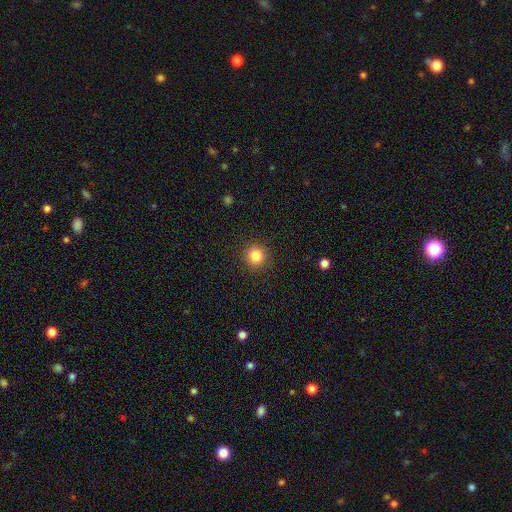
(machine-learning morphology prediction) The model was most divided on "smooth or featured": smooth: 83%, star or artifact: 11%, featured or disk: 5%. More confident: how rounded — round (93%); merging — none (91%).